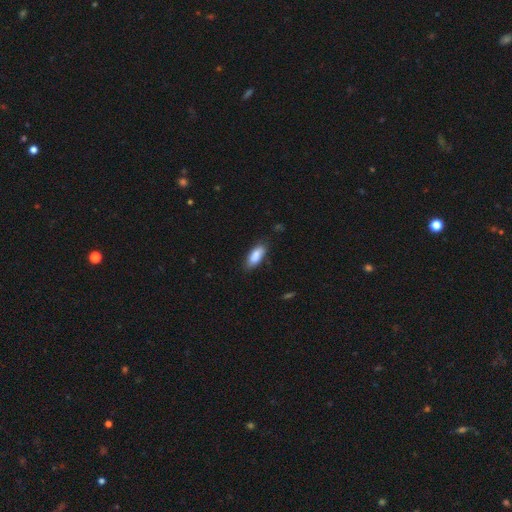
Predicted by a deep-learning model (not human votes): This is clearly a smooth galaxy (86%). How rounded: likely in between (79%). Merging: likely none (78%).